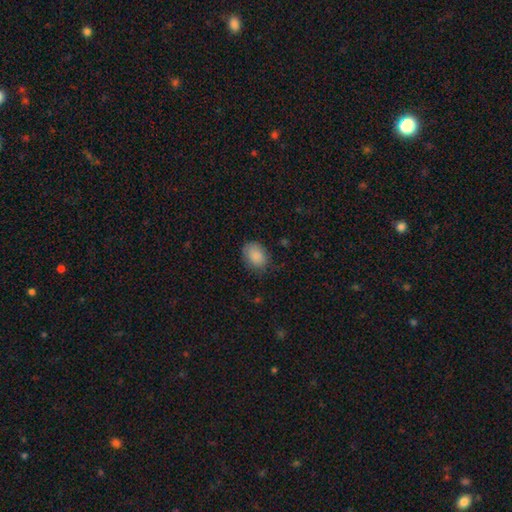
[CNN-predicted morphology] Q: Smooth or featured?
A: smooth (87%); runner-up: star or artifact (8%)
Q: How rounded?
A: in between (67%); runner-up: round (32%)
Q: Merging?
A: none (73%); runner-up: minor disturbance (20%)